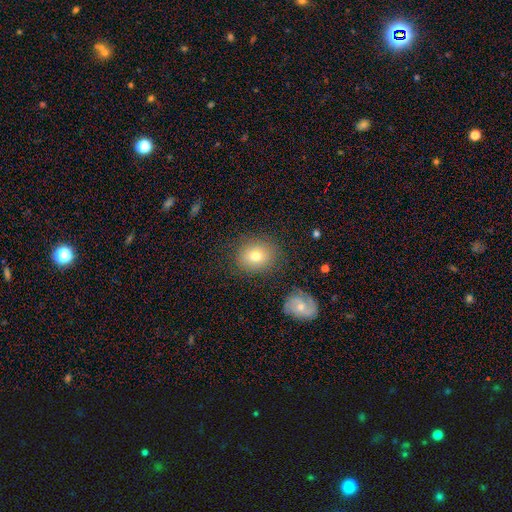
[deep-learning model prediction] Smooth or featured?
  - smooth: 73% *
  - featured or disk: 15%
  - star or artifact: 11%
How rounded?
  - round: 66% *
  - in between: 33%
  - cigar-shaped: 1%
Merging?
  - none: 83% *
  - minor disturbance: 11%
  - major disturbance: 4%
  - merger: 3%